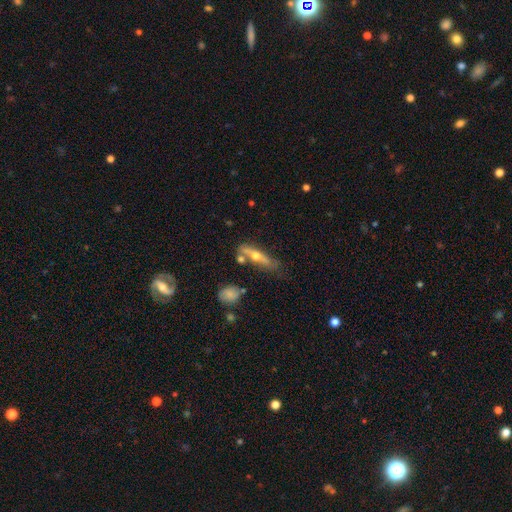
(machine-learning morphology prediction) A featured or disk galaxy (50%). Merging: none (56%).